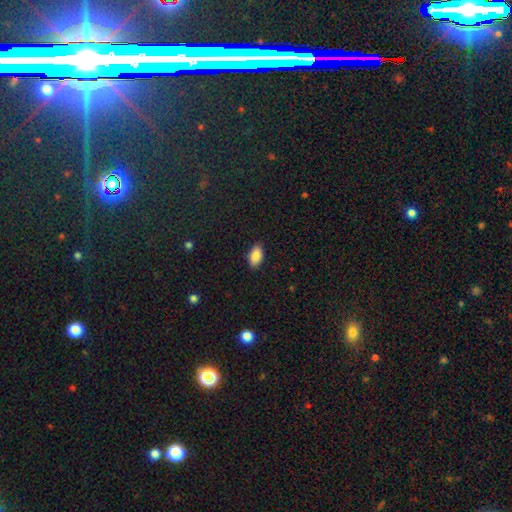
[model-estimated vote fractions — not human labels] This appears to be a smooth galaxy with no disk features (87%) that is in between round and cigar-shaped (92%). Merging: none (88%).